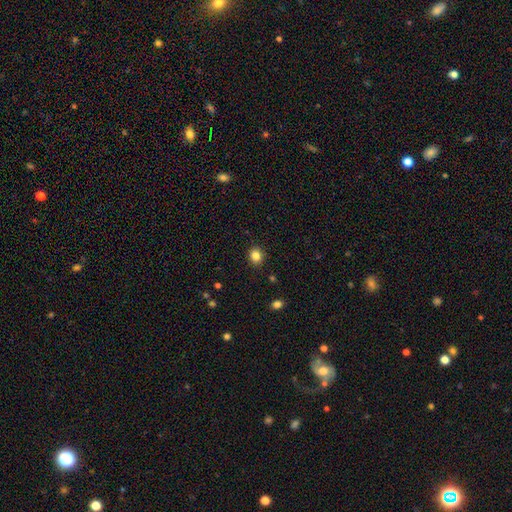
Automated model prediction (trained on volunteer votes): Smooth or featured? Predicted: smooth (p=0.84). How rounded? Predicted: round (p=0.70). Merging? Predicted: none (p=0.90).